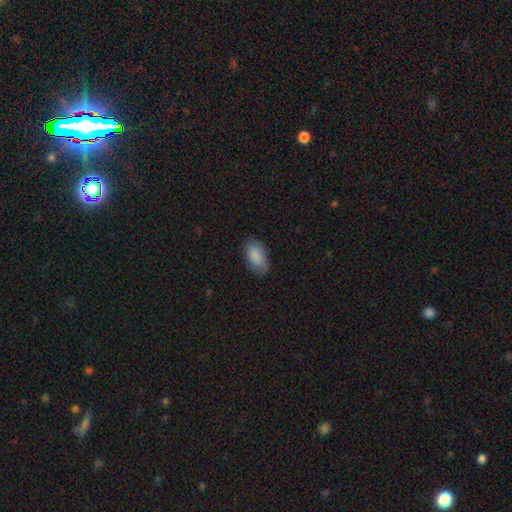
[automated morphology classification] The model was most divided on "merging": none: 80%, minor disturbance: 15%, major disturbance: 3%, merger: 1%. More confident: how rounded — in between (94%); smooth or featured — smooth (88%).